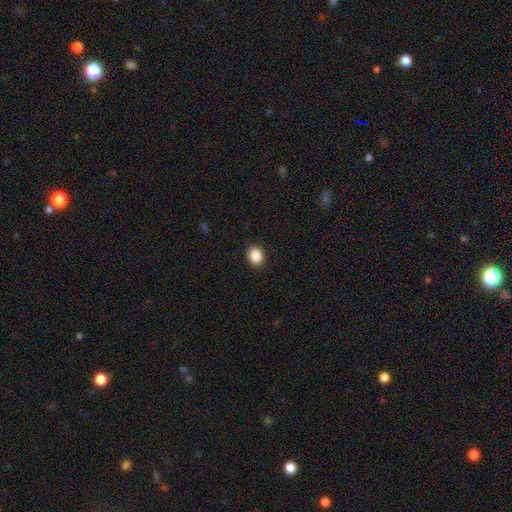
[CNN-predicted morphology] Q: Smooth or featured?
A: smooth (88%); runner-up: star or artifact (9%)
Q: How rounded?
A: round (63%); runner-up: in between (36%)
Q: Merging?
A: none (90%); runner-up: minor disturbance (7%)